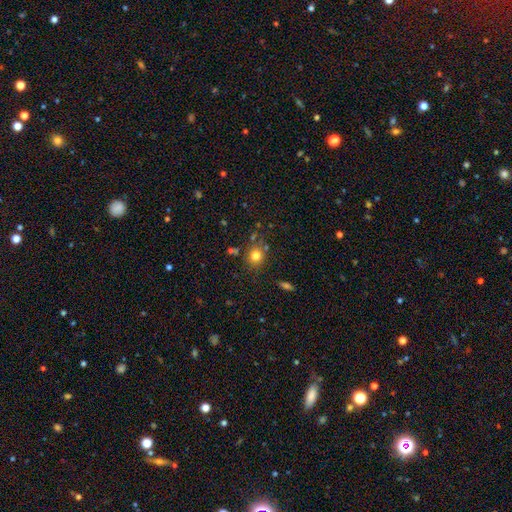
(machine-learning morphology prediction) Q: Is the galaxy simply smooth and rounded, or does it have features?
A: smooth — 78%.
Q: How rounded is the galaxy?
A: round — 79%.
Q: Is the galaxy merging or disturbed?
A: none — 76%.